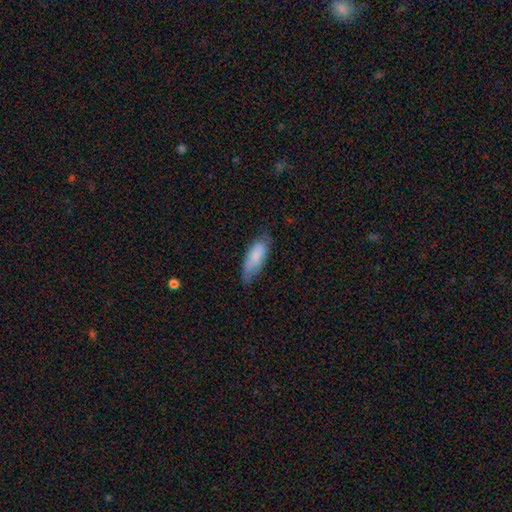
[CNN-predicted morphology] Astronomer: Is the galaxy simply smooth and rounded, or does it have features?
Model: smooth — 78%.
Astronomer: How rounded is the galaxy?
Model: in between — 71%.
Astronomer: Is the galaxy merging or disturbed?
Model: none — 59%.